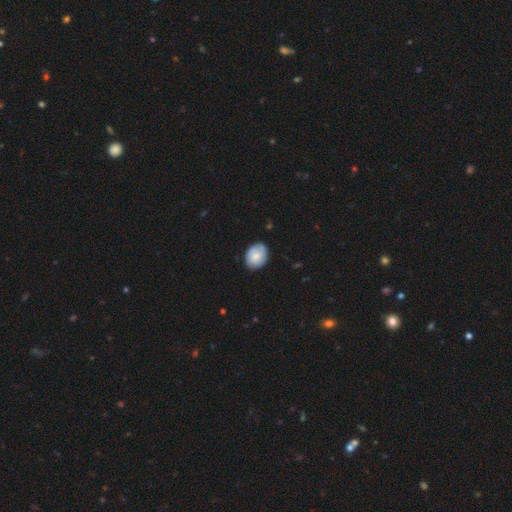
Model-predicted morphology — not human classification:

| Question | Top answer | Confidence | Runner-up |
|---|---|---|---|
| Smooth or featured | smooth | 76% | featured or disk (18%) |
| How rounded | in between | 61% | round (39%) |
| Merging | none | 74% | minor disturbance (21%) |